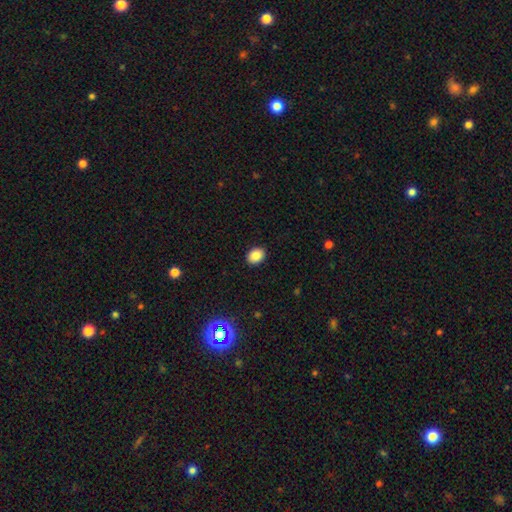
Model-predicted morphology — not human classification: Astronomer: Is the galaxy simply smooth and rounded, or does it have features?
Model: smooth — 86%.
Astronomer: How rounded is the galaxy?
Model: in between — 65%.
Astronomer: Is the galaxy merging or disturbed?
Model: none — 91%.